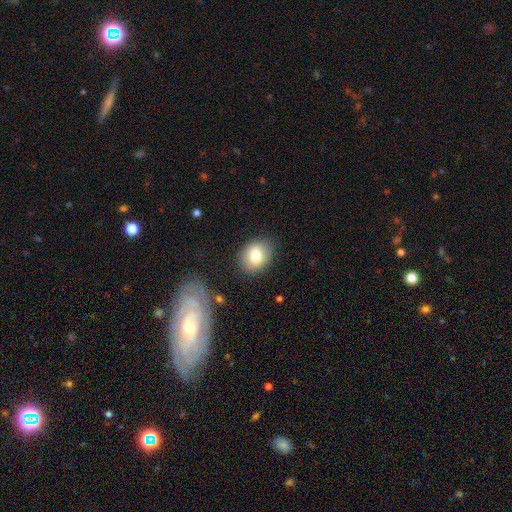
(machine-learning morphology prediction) Smooth or featured: smooth — 78% (featured or disk — 13%)
How rounded: round — 53% (in between — 46%)
Merging: none — 84% (minor disturbance — 11%)